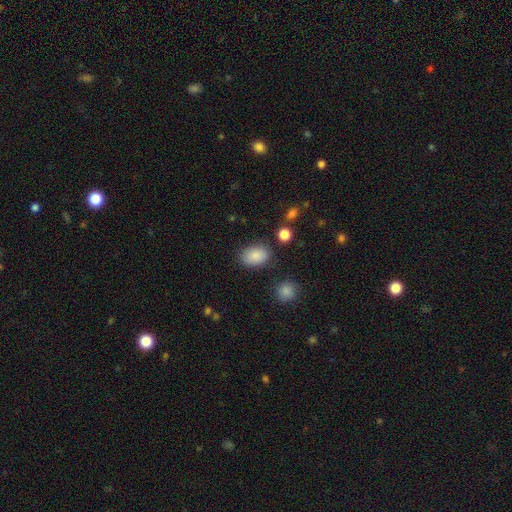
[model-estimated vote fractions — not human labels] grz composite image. It shows a smooth galaxy with no disk features (85%) that is in between round and cigar-shaped (84%). Merging: none (81%).